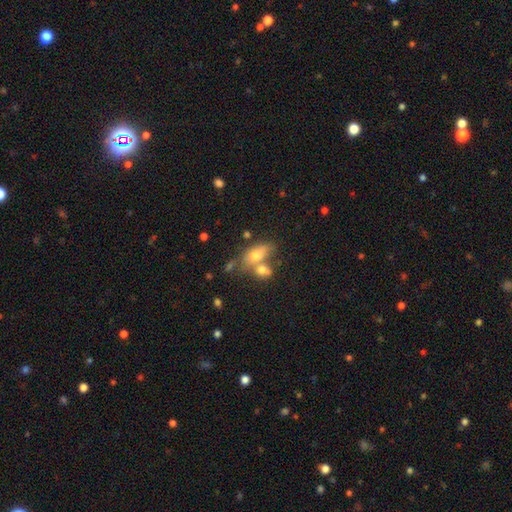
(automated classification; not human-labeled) smooth_or_featured: smooth (p=0.67) [alt: featured or disk p=0.23]
how_rounded: in between (p=0.80) [alt: round p=0.13]
merging: merger (p=0.49) [alt: none p=0.33]